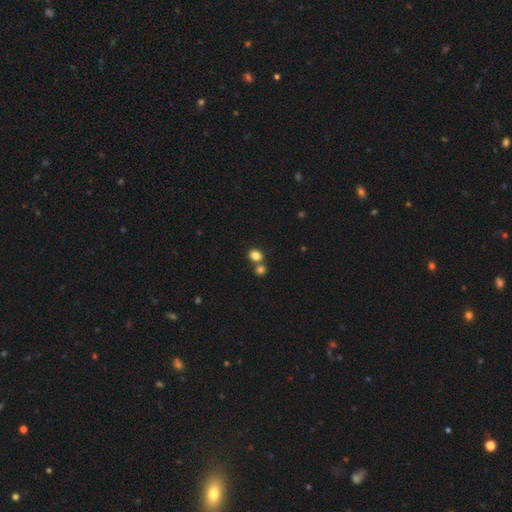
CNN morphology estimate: Smooth or featured: smooth — 82% (star or artifact — 12%)
How rounded: round — 66% (in between — 33%)
Merging: none — 56% (merger — 33%)